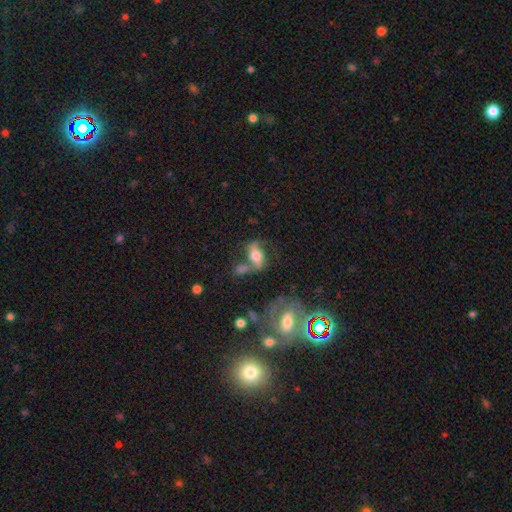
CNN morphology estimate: Smooth or featured? featured or disk (56%)
Edge-on disk? no (88%)
Merging? none (44%)